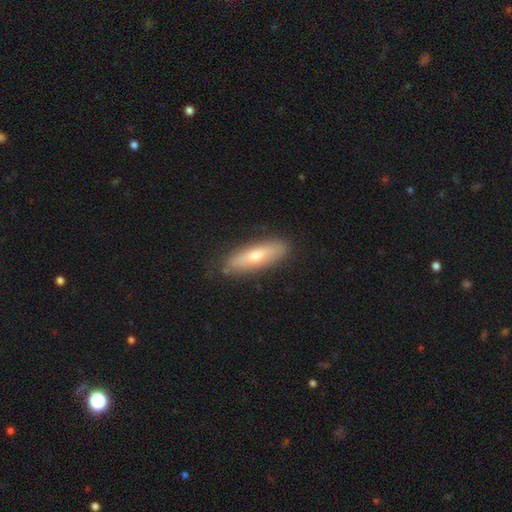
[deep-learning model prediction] Smooth or featured?
  - smooth: 58% *
  - featured or disk: 35%
  - star or artifact: 6%
How rounded?
  - cigar-shaped: 61% *
  - in between: 37%
  - round: 2%
Merging?
  - none: 83% *
  - minor disturbance: 13%
  - major disturbance: 3%
  - merger: 1%